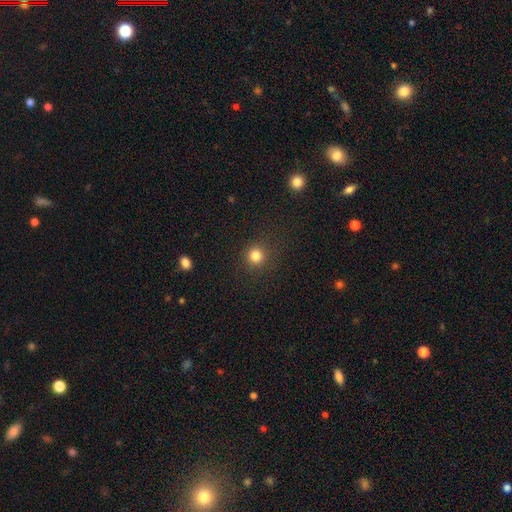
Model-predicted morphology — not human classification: This is clearly a smooth galaxy (83%). How rounded: clearly round (93%). Merging: clearly none (88%).